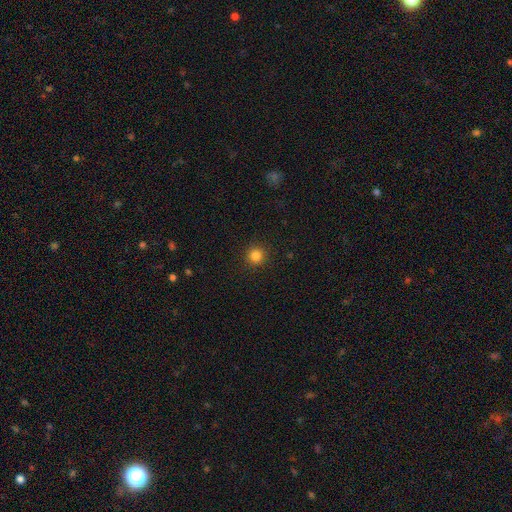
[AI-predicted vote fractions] A smooth galaxy with no disk features (83%) that is round (95%).

Vote fractions:
- Smooth or featured? smooth: 83% / star or artifact: 13% / featured or disk: 4%
- How rounded? round: 95% / in between: 4% / cigar-shaped: 1%
- Merging? none: 92% / minor disturbance: 5% / major disturbance: 2% / merger: 1%